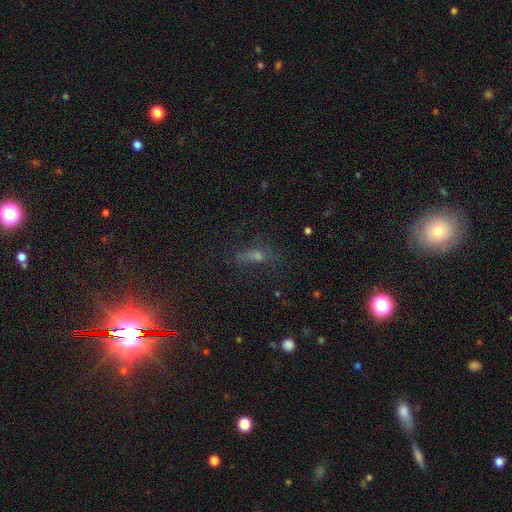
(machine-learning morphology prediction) Smooth or featured? Predicted: smooth (p=0.44). Merging? Predicted: none (p=0.52).